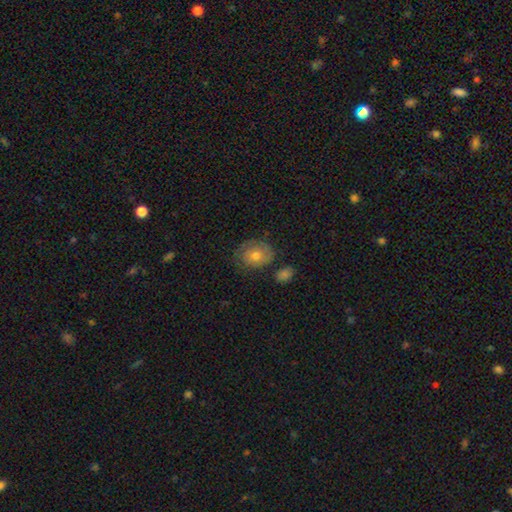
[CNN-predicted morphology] smooth_or_featured: smooth (p=0.56) [alt: featured or disk p=0.34]
how_rounded: round (p=0.57) [alt: in between p=0.42]
merging: none (p=0.67) [alt: minor disturbance p=0.20]